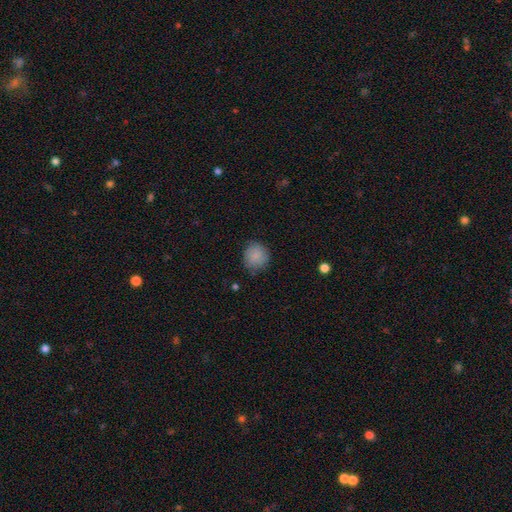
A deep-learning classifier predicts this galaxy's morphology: smooth-or-featured: smooth: 86% | star or artifact: 8% | featured or disk: 6%
  how-rounded: round: 88% | in between: 11% | cigar-shaped: 1%
  merging: none: 80% | minor disturbance: 15% | major disturbance: 3% | merger: 1%